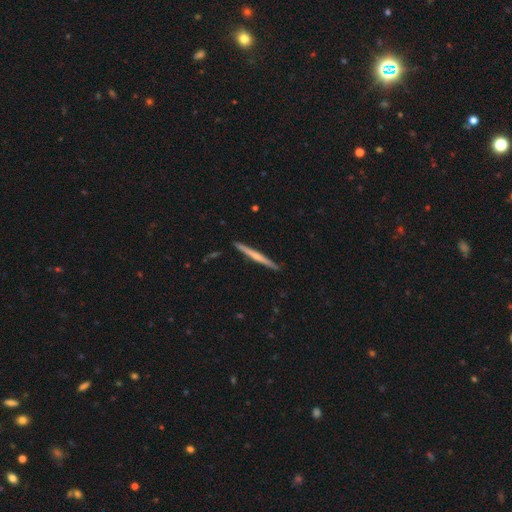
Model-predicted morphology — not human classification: Smooth or featured: featured or disk — 57% (smooth — 37%)
Edge-on disk: yes — 98% (no — 2%)
Edge-on bulge: none — 50% (rounded — 44%)
Merging: none — 91% (minor disturbance — 6%)